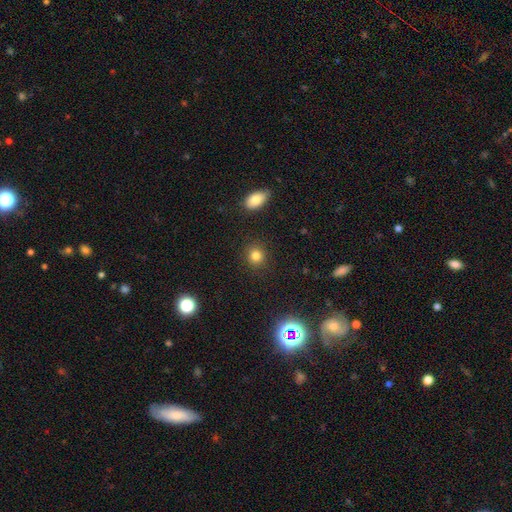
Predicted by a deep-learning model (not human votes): smooth-or-featured: smooth: 82% | star or artifact: 12% | featured or disk: 6%
  how-rounded: round: 84% | in between: 15% | cigar-shaped: 1%
  merging: none: 90% | minor disturbance: 6% | major disturbance: 2% | merger: 2%